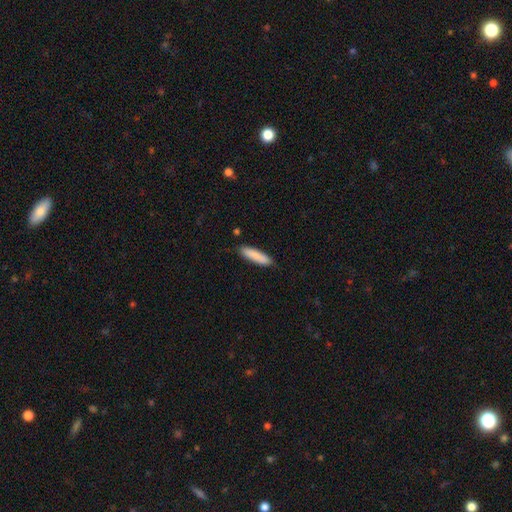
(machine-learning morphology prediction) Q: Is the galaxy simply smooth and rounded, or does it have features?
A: smooth — 87%.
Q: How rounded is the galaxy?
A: cigar-shaped — 74%.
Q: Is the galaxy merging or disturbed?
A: none — 86%.